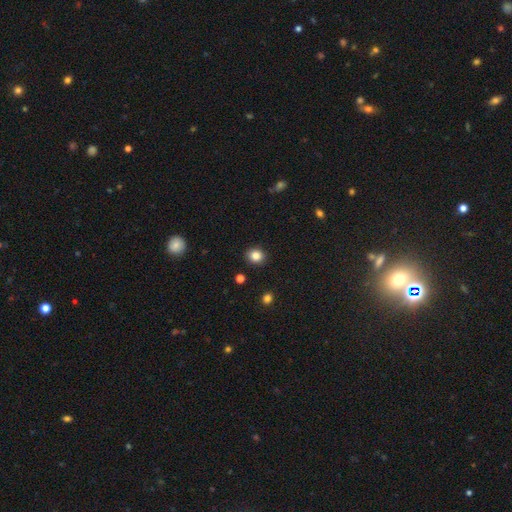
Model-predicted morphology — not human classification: Smooth or featured: smooth — 84% (star or artifact — 11%)
How rounded: round — 78% (in between — 21%)
Merging: none — 90% (minor disturbance — 6%)